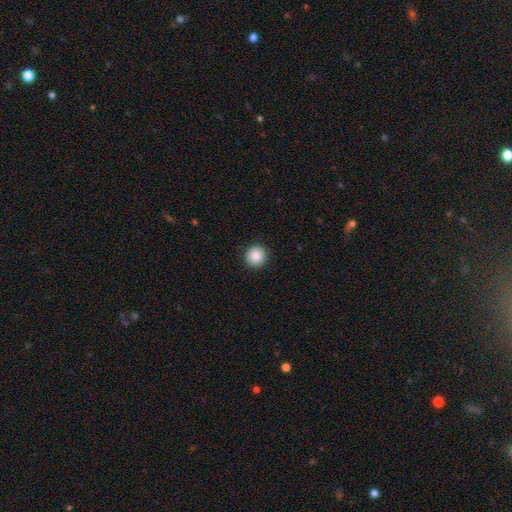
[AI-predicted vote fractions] Smooth or featured? smooth (88%)
How rounded? round (93%)
Merging? none (92%)